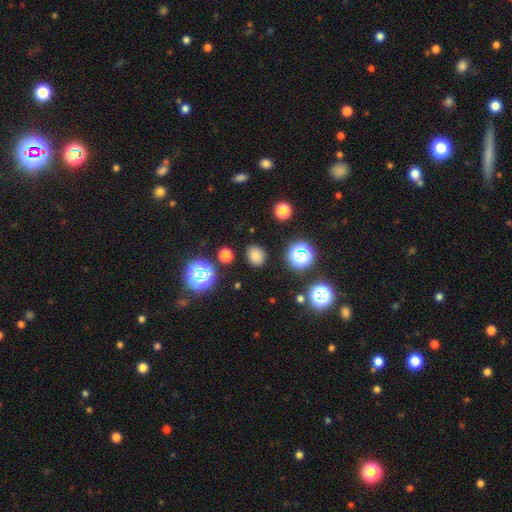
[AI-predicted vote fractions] Overall: smooth (75%). How rounded: round (60%; in between 39%). Merging: none (85%).